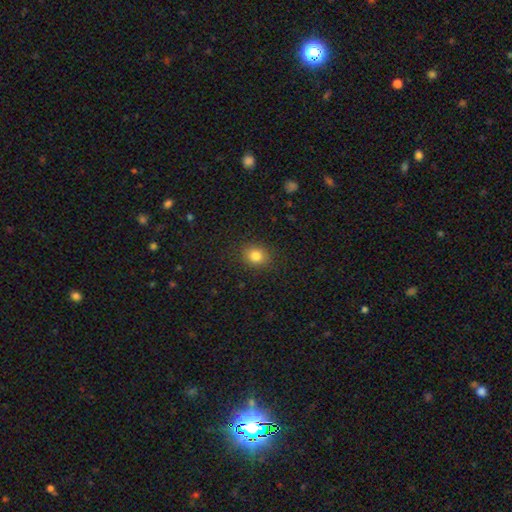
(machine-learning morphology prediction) smooth 82%, star or artifact 11%, featured or disk 6%. Down the decision tree: how rounded — round (67%); merging — none (88%).